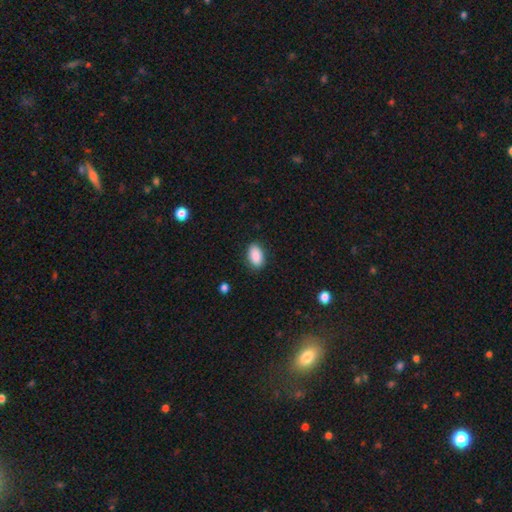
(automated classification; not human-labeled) This is clearly a smooth galaxy (88%). How rounded: clearly in between (92%). Merging: clearly none (86%).